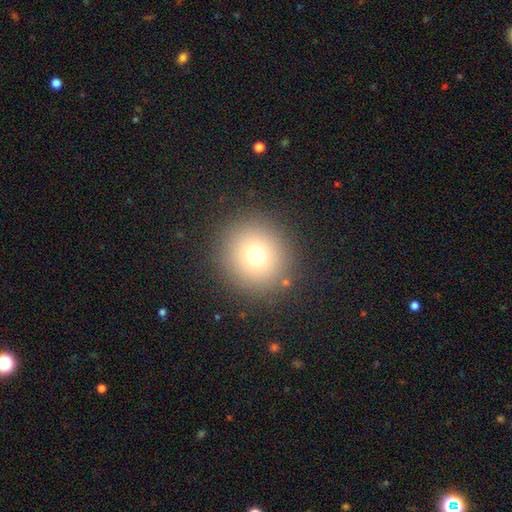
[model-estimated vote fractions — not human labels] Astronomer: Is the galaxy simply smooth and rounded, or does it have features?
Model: smooth — 73%.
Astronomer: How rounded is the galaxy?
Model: round — 91%.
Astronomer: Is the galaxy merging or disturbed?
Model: none — 89%.